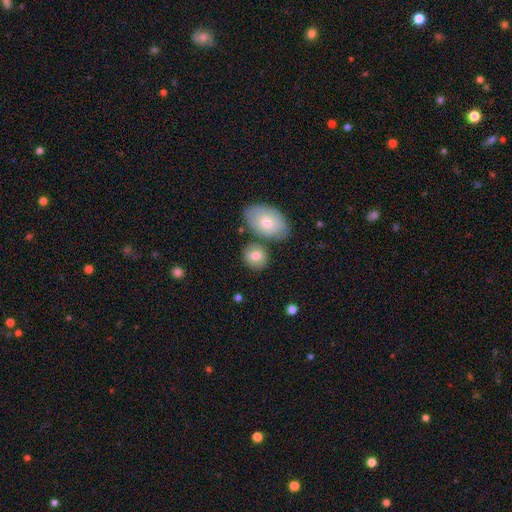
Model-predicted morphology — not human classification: Smooth or featured: smooth — 79% (featured or disk — 14%)
How rounded: round — 59% (in between — 40%)
Merging: none — 67% (merger — 17%)